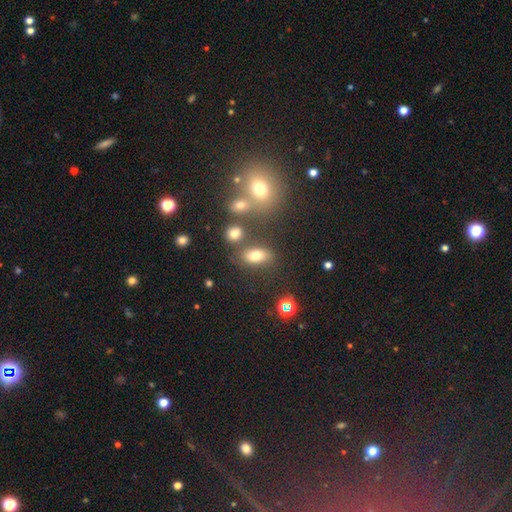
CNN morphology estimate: smooth 73%, star or artifact 15%, featured or disk 13%. Down the decision tree: how rounded — in between (80%); merging — none (67%).